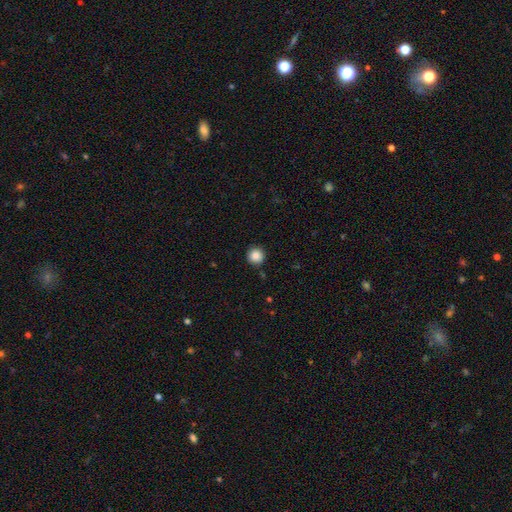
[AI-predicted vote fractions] Smooth or featured?
  - smooth: 86% *
  - star or artifact: 10%
  - featured or disk: 4%
How rounded?
  - round: 95% *
  - in between: 4%
  - cigar-shaped: 1%
Merging?
  - none: 90% *
  - minor disturbance: 7%
  - major disturbance: 2%
  - merger: 2%